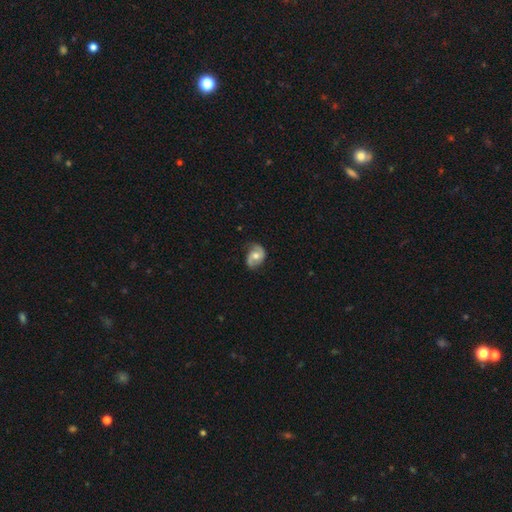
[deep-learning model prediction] Smooth or featured?
  - featured or disk: 67% *
  - smooth: 27%
  - star or artifact: 6%
Edge-on disk?
  - no: 97% *
  - yes: 3%
Bar?
  - no: 63% *
  - weak: 30%
  - strong: 7%
Spiral arms?
  - yes: 89% *
  - no: 11%
Spiral winding?
  - medium: 44% *
  - loose: 33%
  - tight: 23%
Spiral arm count?
  - 2: 82% *
  - can't tell: 7%
  - 1: 7%
  - 3: 2%
  - 4: 1%
  - more than 4: 1%
Bulge size?
  - moderate: 71% *
  - small: 20%
  - large: 6%
  - none: 2%
  - dominant: 1%
Merging?
  - none: 64% *
  - minor disturbance: 26%
  - major disturbance: 9%
  - merger: 1%